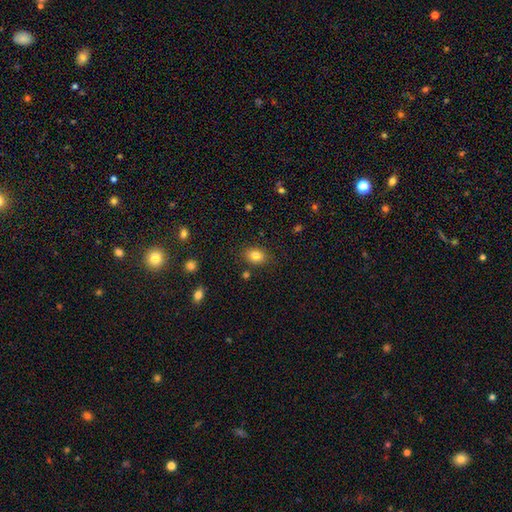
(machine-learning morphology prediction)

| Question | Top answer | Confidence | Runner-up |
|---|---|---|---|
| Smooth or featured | smooth | 82% | star or artifact (10%) |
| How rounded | in between | 65% | round (33%) |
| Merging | none | 83% | minor disturbance (11%) |